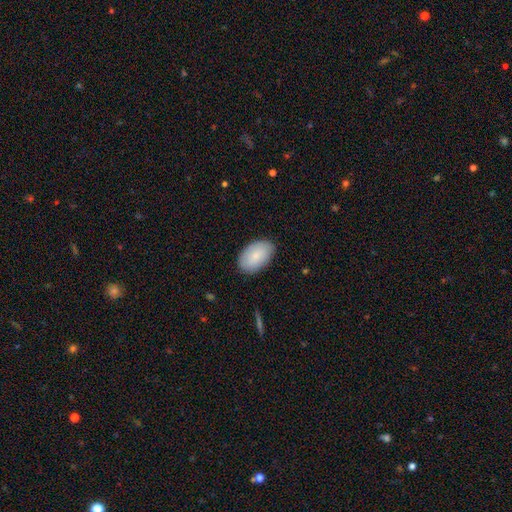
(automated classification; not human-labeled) The model was most divided on "merging": none: 86%, minor disturbance: 11%, major disturbance: 2%, merger: 1%. More confident: how rounded — in between (94%); smooth or featured — smooth (85%).